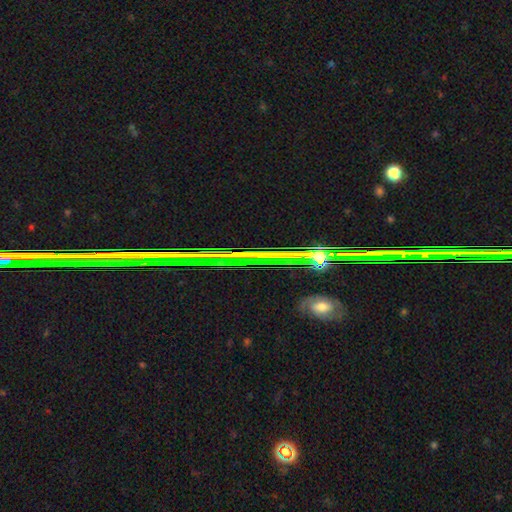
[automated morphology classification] Smooth or featured? star or artifact (81%)